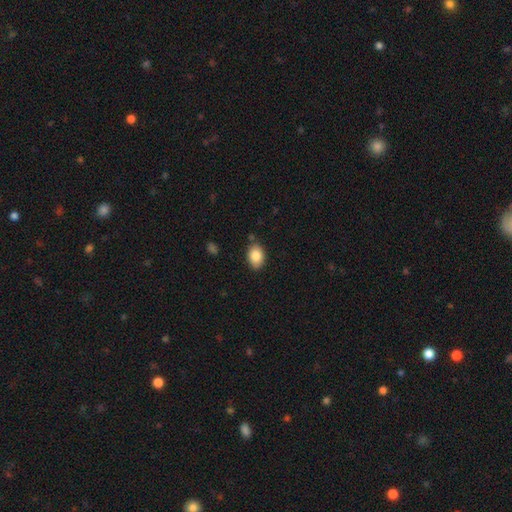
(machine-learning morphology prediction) type=smooth (86%); roundness=in between (81%); merging=none (82%).